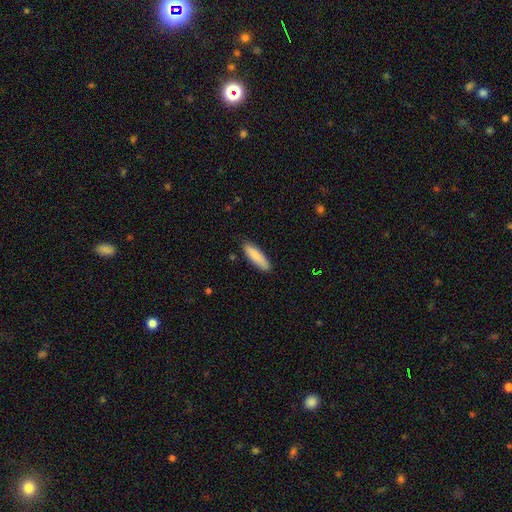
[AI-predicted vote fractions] Q: Smooth or featured?
A: smooth (87%); runner-up: featured or disk (7%)
Q: How rounded?
A: cigar-shaped (58%); runner-up: in between (41%)
Q: Merging?
A: none (85%); runner-up: minor disturbance (12%)